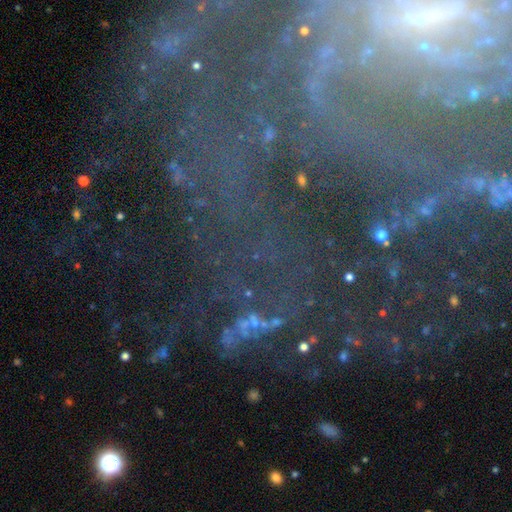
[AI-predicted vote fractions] Smooth or featured? featured or disk (66%)
Edge-on disk? no (94%)
Bar? no (36%)
Spiral arms? yes (87%)
Spiral winding? tight (55%)
Spiral arm count? can't tell (28%)
Bulge size? small (57%)
Merging? none (61%)